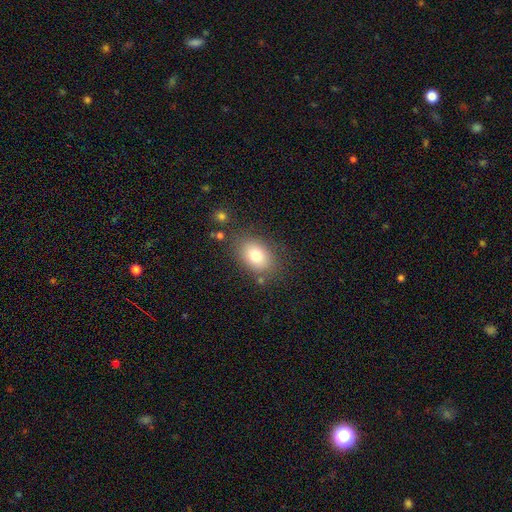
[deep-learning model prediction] Morphology: type=smooth (78%); roundness=in between (79%); merging=none (79%).